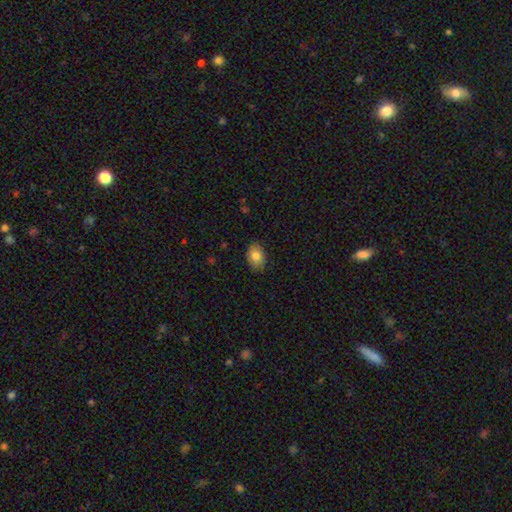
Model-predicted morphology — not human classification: Smooth or featured: smooth — 82% (featured or disk — 10%)
How rounded: in between — 81% (round — 18%)
Merging: none — 84% (minor disturbance — 12%)